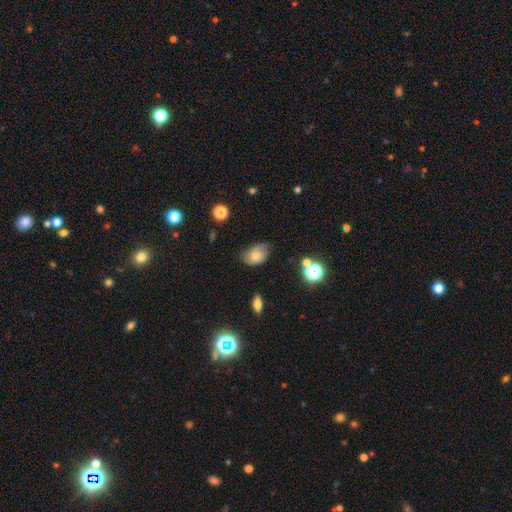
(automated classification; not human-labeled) This is likely a smooth galaxy (65%). How rounded: clearly in between (80%). Merging: possibly none (55%).